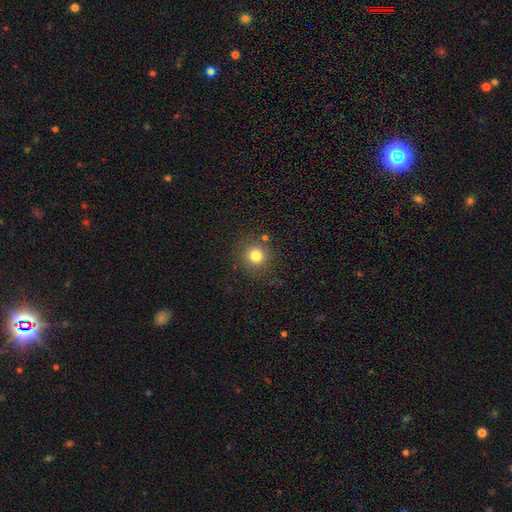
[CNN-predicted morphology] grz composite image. It shows a smooth galaxy with no disk features (80%) that is round (92%). Merging: none (82%).